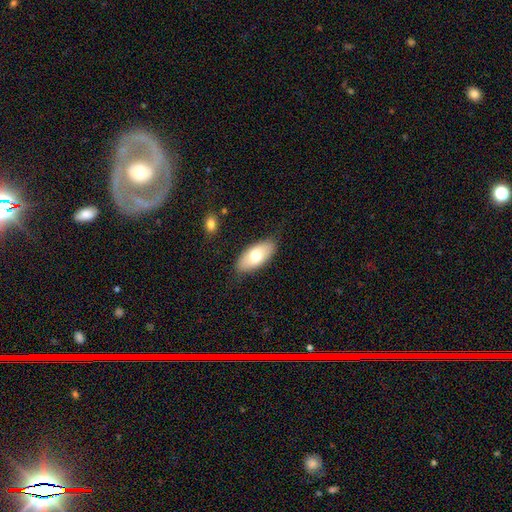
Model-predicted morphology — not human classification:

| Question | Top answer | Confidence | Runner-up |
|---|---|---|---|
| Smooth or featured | smooth | 69% | featured or disk (25%) |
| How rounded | in between | 91% | cigar-shaped (7%) |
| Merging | none | 85% | minor disturbance (11%) |